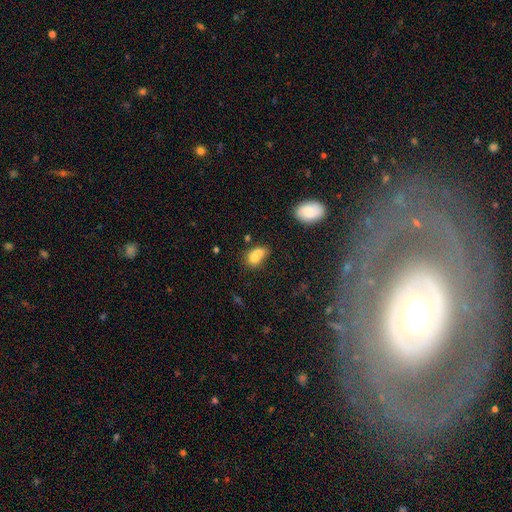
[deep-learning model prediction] Smooth or featured? Predicted: smooth (p=0.73). How rounded? Predicted: in between (p=0.61). Merging? Predicted: merger (p=0.61).